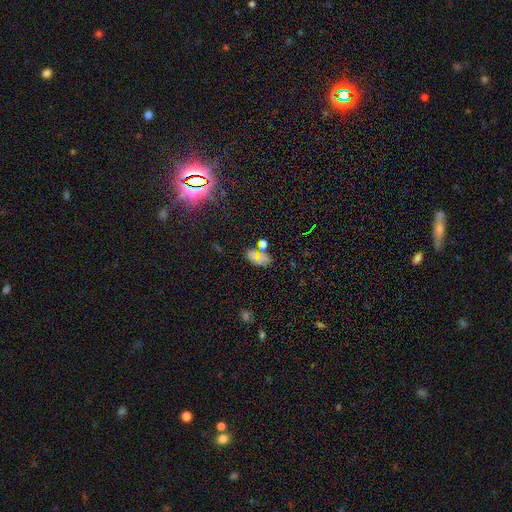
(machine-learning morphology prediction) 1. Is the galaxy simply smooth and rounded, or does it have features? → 54% smooth, 30% star or artifact, 16% featured or disk.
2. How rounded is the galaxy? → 83% in between, 15% round, 3% cigar-shaped.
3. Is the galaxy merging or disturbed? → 62% none, 17% minor disturbance, 14% merger, 8% major disturbance.